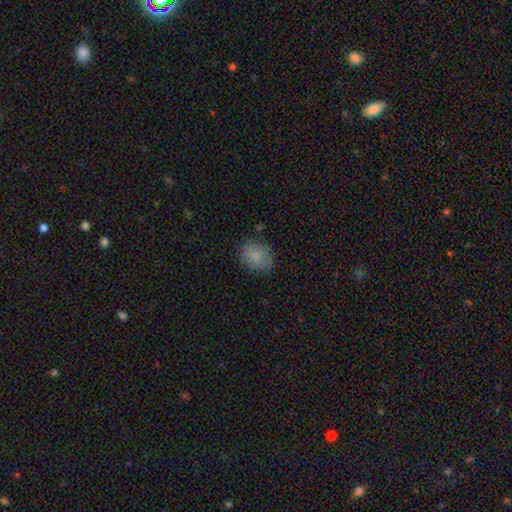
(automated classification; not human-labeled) This is clearly a smooth galaxy (85%). How rounded: possibly round (55%). Merging: clearly none (83%).